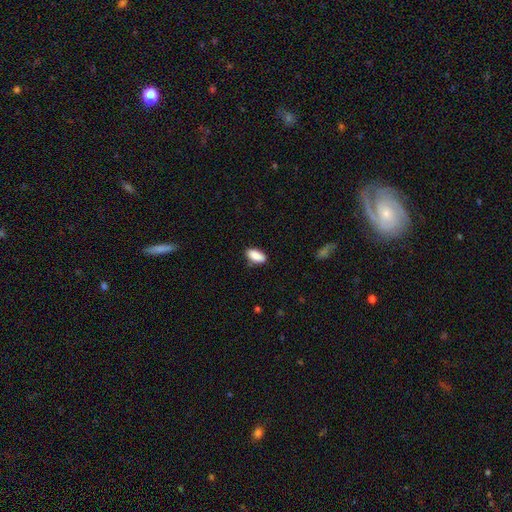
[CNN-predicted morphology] A smooth galaxy with no disk features (89%) that is in between round and cigar-shaped (92%).

Vote fractions:
- Smooth or featured? smooth: 89% / star or artifact: 7% / featured or disk: 4%
- How rounded? in between: 92% / cigar-shaped: 6% / round: 2%
- Merging? none: 84% / minor disturbance: 12% / major disturbance: 2% / merger: 1%